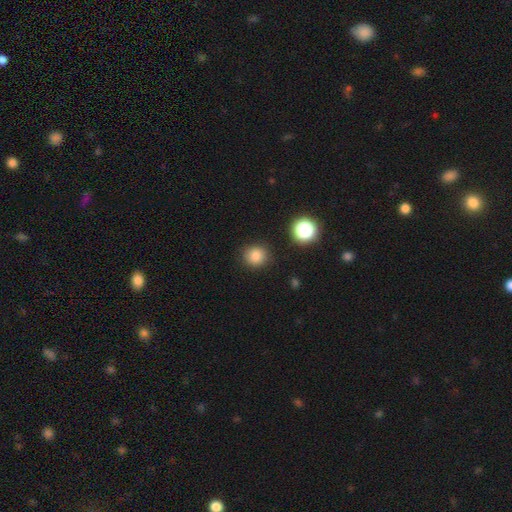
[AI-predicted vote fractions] smooth-or-featured: smooth: 83% | star or artifact: 12% | featured or disk: 5%
  how-rounded: round: 87% | in between: 12% | cigar-shaped: 1%
  merging: none: 88% | minor disturbance: 8% | major disturbance: 3% | merger: 2%